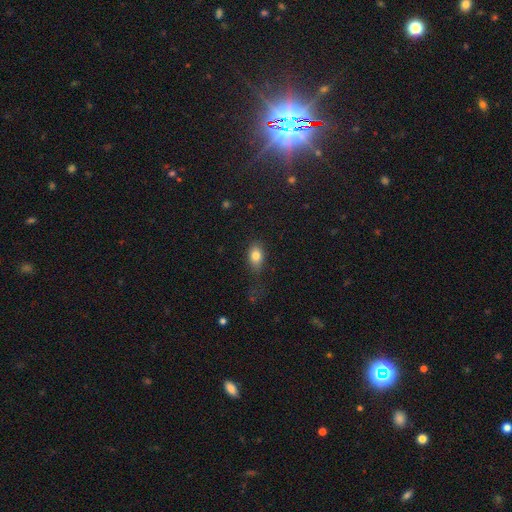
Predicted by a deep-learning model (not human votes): Smooth or featured?
  - smooth: 81% *
  - star or artifact: 10%
  - featured or disk: 10%
How rounded?
  - in between: 81% *
  - round: 16%
  - cigar-shaped: 3%
Merging?
  - none: 66% *
  - minor disturbance: 22%
  - major disturbance: 10%
  - merger: 2%